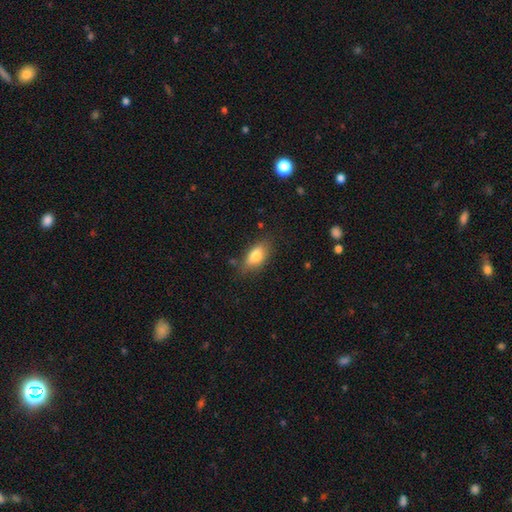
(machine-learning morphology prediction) A smooth galaxy with no disk features (80%) that is in between round and cigar-shaped (87%).

Vote fractions:
- Smooth or featured? smooth: 80% / featured or disk: 13% / star or artifact: 8%
- How rounded? in between: 87% / cigar-shaped: 9% / round: 5%
- Merging? none: 76% / minor disturbance: 18% / major disturbance: 4% / merger: 2%